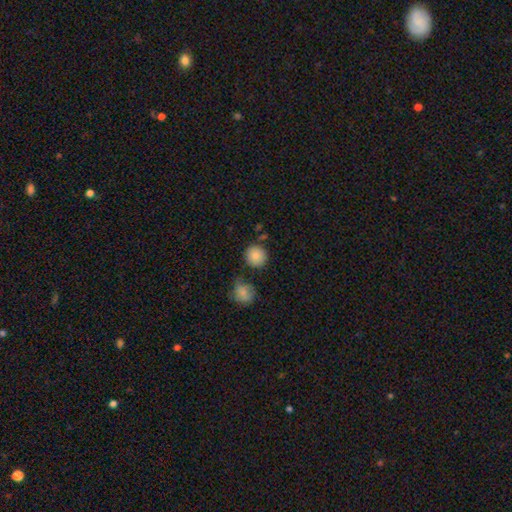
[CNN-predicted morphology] type=smooth (85%); roundness=round (91%); merging=none (76%).